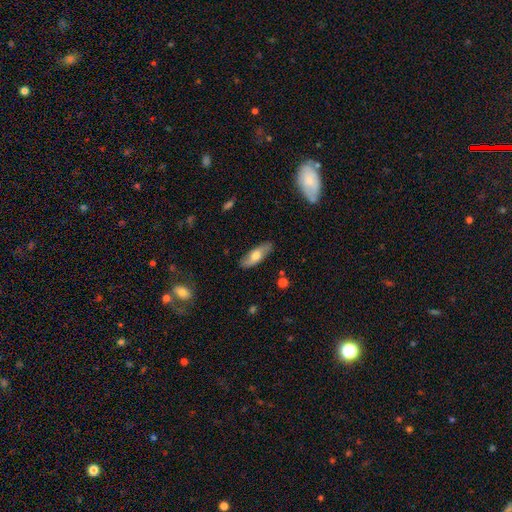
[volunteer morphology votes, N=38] Overall: smooth (47%, tied with featured or disk). How rounded: in between (61%; cigar-shaped 39%). Merging: none (83%).